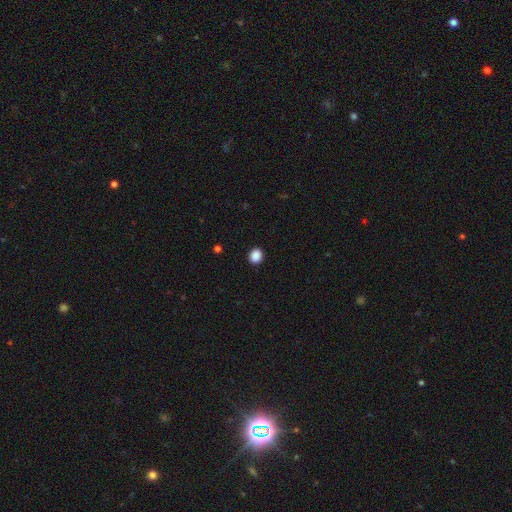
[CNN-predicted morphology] Overall: smooth (88%). How rounded: round (80%). Merging: none (92%).